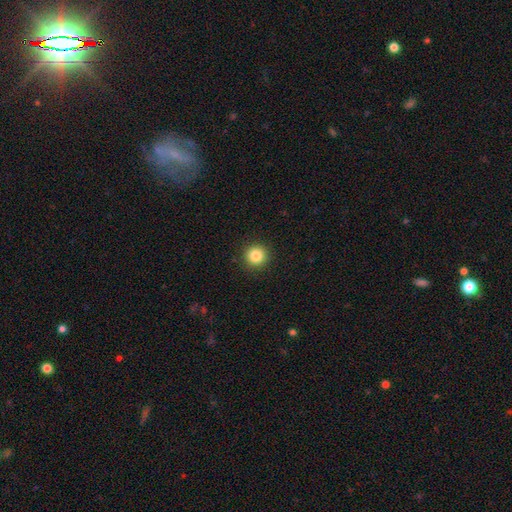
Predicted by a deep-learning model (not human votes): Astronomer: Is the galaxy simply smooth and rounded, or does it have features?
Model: smooth — 85%.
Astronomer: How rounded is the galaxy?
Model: round — 95%.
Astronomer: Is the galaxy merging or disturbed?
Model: none — 92%.